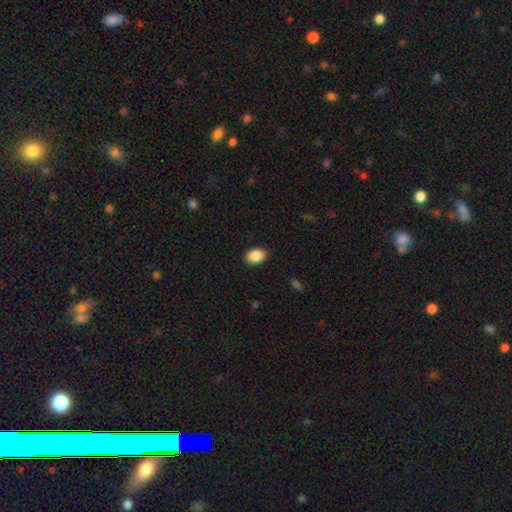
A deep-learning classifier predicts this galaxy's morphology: The model was most divided on "how rounded": in between: 85%, round: 14%, cigar-shaped: 1%. More confident: smooth or featured — smooth (89%); merging — none (88%).